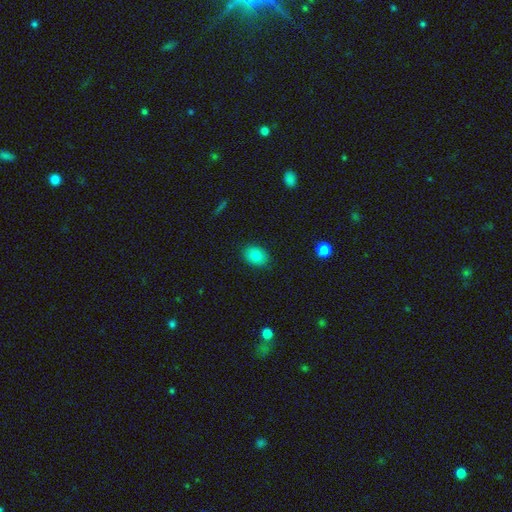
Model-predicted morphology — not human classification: This appears to be a smooth galaxy with no disk features (82%) that is in between round and cigar-shaped (68%). Merging: none (87%).